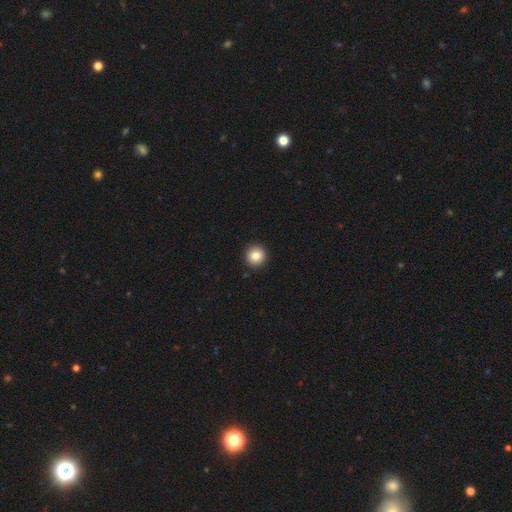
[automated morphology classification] A smooth galaxy with no disk features (84%) that is round (95%).

Vote fractions:
- Smooth or featured? smooth: 84% / star or artifact: 10% / featured or disk: 6%
- How rounded? round: 95% / in between: 4% / cigar-shaped: 1%
- Merging? none: 93% / minor disturbance: 5% / major disturbance: 2% / merger: 1%